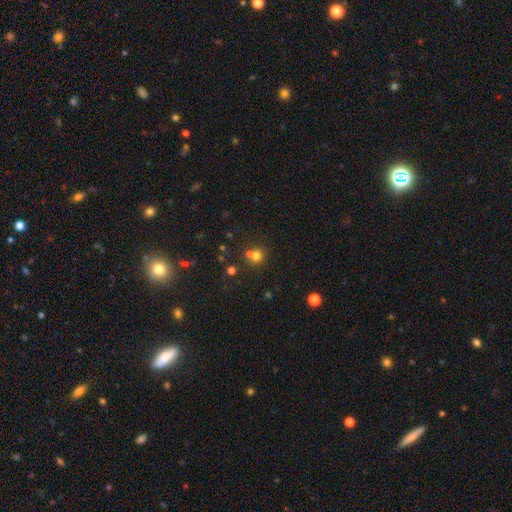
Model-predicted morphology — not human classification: A smooth galaxy with no disk features (72%) that is round (89%).

Vote fractions:
- Smooth or featured? smooth: 72% / star or artifact: 18% / featured or disk: 10%
- How rounded? round: 89% / in between: 10% / cigar-shaped: 1%
- Merging? none: 57% / merger: 33% / minor disturbance: 7% / major disturbance: 3%